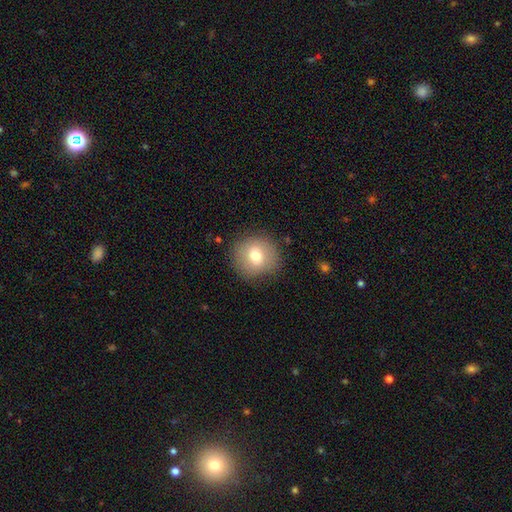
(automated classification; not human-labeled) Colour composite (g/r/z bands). It shows a smooth galaxy with no disk features (74%) that is round (90%). Merging: none (83%).